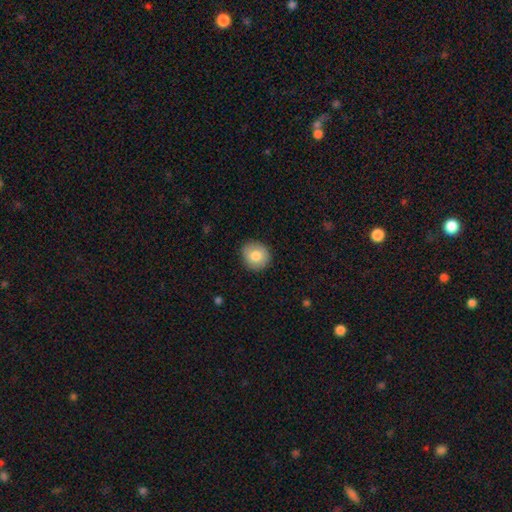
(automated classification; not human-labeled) A smooth galaxy with no disk features (81%) that is round (86%).

Vote fractions:
- Smooth or featured? smooth: 81% / featured or disk: 11% / star or artifact: 8%
- How rounded? round: 86% / in between: 14% / cigar-shaped: 1%
- Merging? none: 88% / minor disturbance: 9% / major disturbance: 2% / merger: 1%